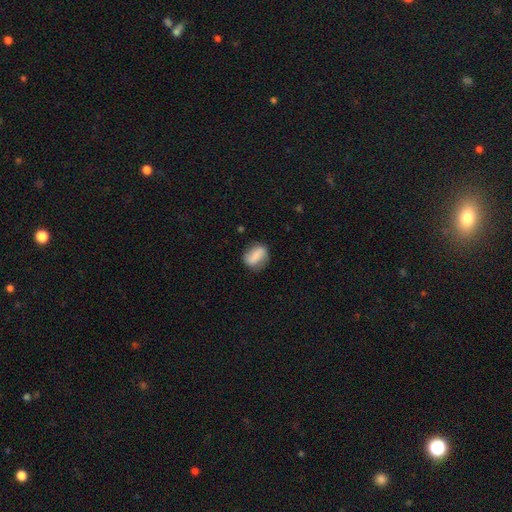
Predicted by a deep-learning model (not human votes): Smooth or featured? smooth (70%)
How rounded? in between (66%)
Merging? none (74%)